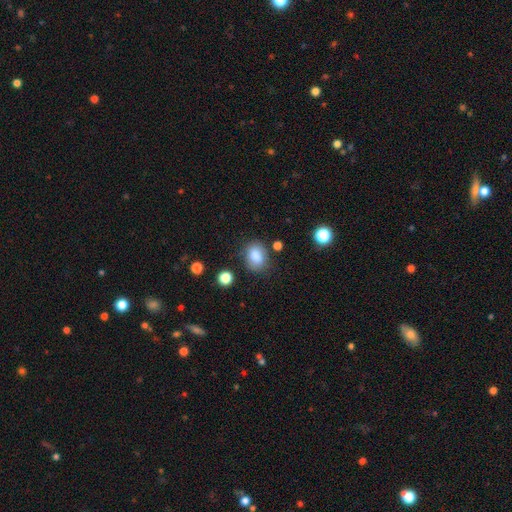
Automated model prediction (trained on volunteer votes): smooth 84%, star or artifact 10%, featured or disk 7%. Down the decision tree: how rounded — in between (64%); merging — none (71%).